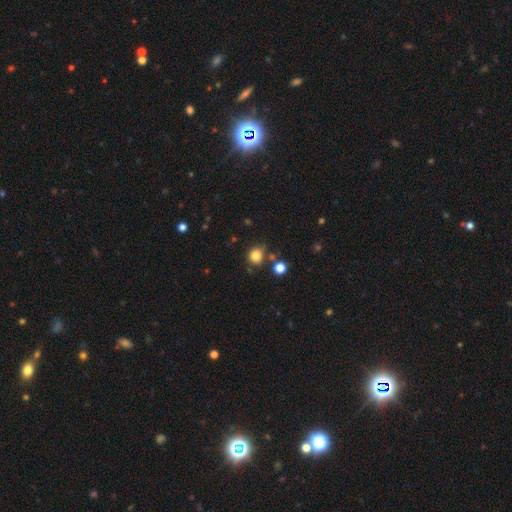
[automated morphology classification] Q: Smooth or featured?
A: smooth (82%); runner-up: star or artifact (13%)
Q: How rounded?
A: round (87%); runner-up: in between (12%)
Q: Merging?
A: none (77%); runner-up: minor disturbance (11%)